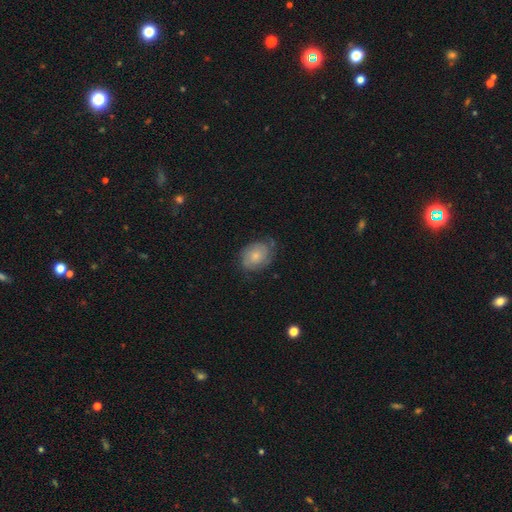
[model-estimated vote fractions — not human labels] Smooth or featured: featured or disk — 58% (smooth — 35%)
Edge-on disk: no — 97% (yes — 3%)
Bar: no — 79% (weak — 18%)
Spiral arms: yes — 87% (no — 13%)
Bulge size: small — 56% (moderate — 34%)
Merging: none — 65% (minor disturbance — 25%)